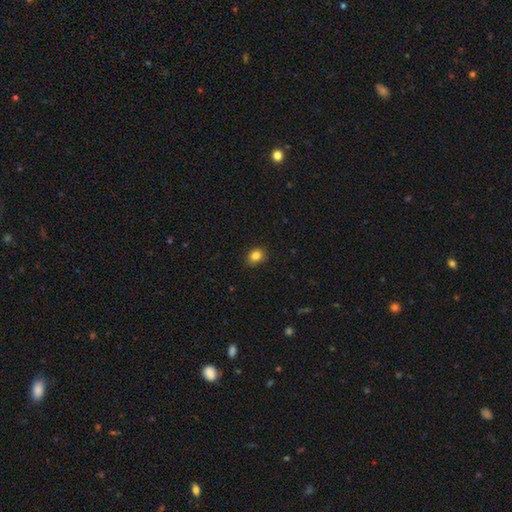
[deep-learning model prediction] Smooth or featured? Predicted: smooth (p=0.84). How rounded? Predicted: round (p=0.56). Merging? Predicted: none (p=0.84).